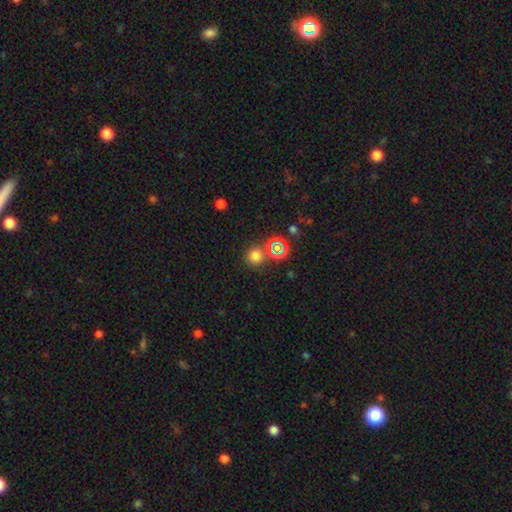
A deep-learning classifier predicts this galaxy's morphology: smooth 69%, star or artifact 26%, featured or disk 6%. Down the decision tree: how rounded — round (90%); merging — none (77%).